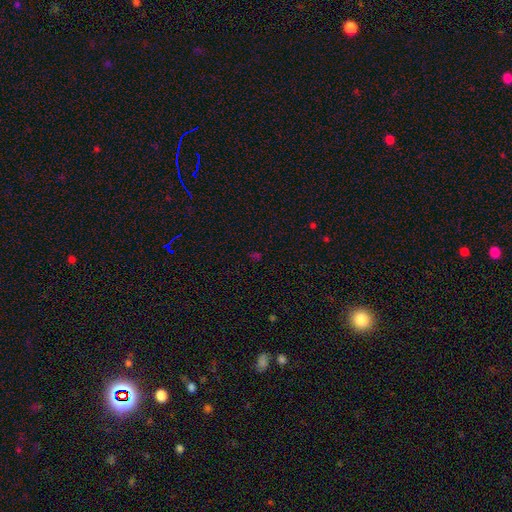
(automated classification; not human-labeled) smooth_or_featured: star or artifact (p=0.58) [alt: smooth p=0.34]